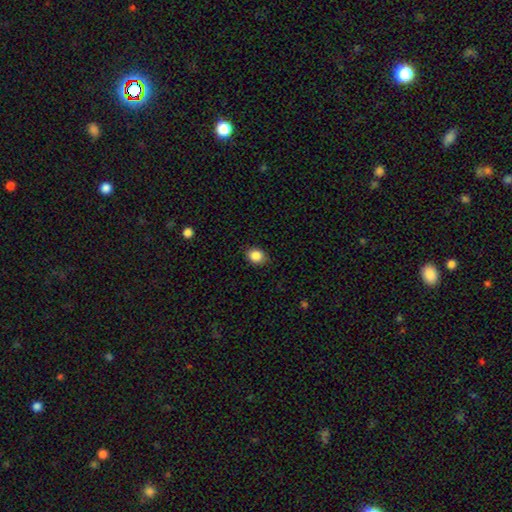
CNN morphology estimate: smooth_or_featured: smooth (p=0.87) [alt: star or artifact p=0.09]
how_rounded: in between (p=0.50) [alt: round p=0.49]
merging: none (p=0.86) [alt: minor disturbance p=0.11]